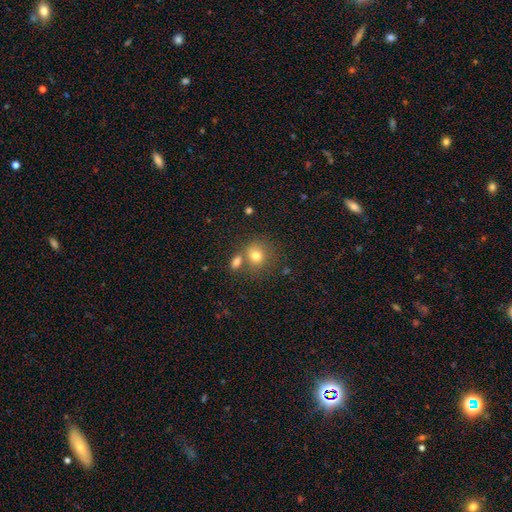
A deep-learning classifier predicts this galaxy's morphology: smooth_or_featured: smooth (p=0.77) [alt: star or artifact p=0.12]
how_rounded: round (p=0.77) [alt: in between p=0.22]
merging: none (p=0.56) [alt: merger p=0.28]